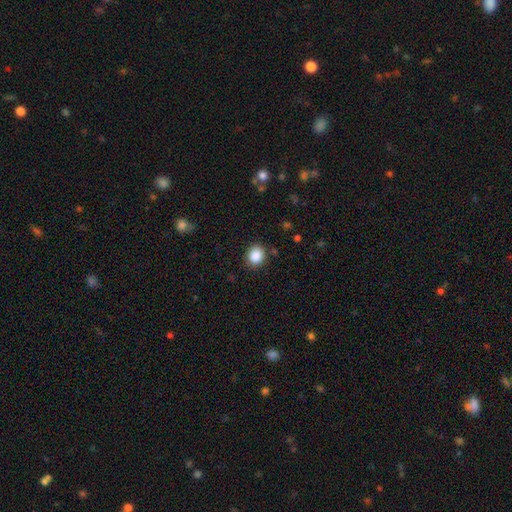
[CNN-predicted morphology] Smooth or featured? smooth (87%)
How rounded? round (65%)
Merging? none (87%)